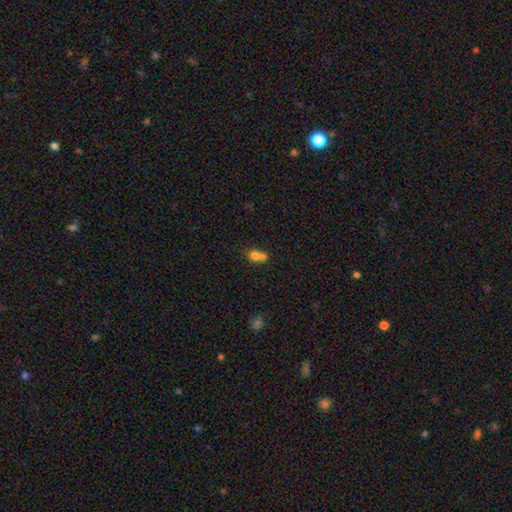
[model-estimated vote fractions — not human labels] Smooth or featured? smooth (74%)
How rounded? round (66%)
Merging? merger (65%)